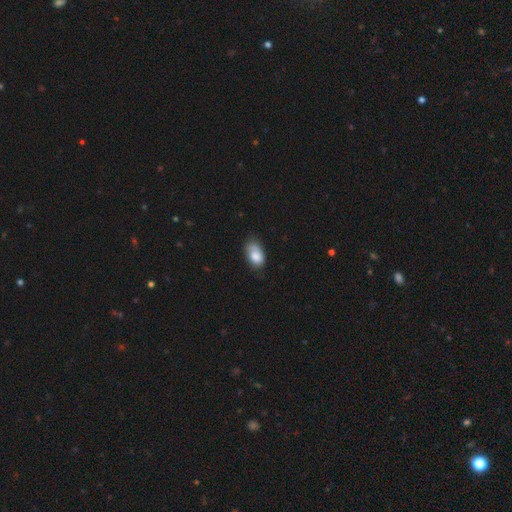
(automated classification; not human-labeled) This is likely a smooth galaxy (77%). How rounded: clearly in between (90%). Merging: possibly none (48%).